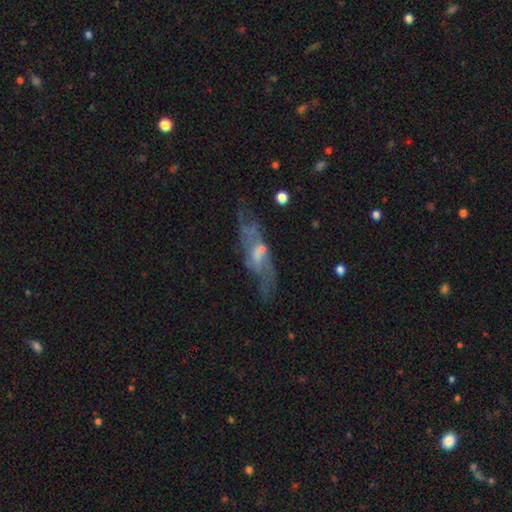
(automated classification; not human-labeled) Smooth or featured? Predicted: featured or disk (p=0.69). Edge-on disk? Predicted: no (p=0.75). Bar? Predicted: weak (p=0.44). Spiral arms? Predicted: yes (p=0.66). Bulge size? Predicted: small (p=0.44). Merging? Predicted: none (p=0.56).